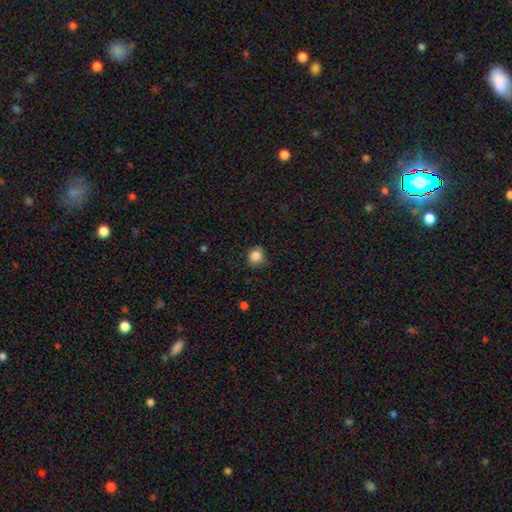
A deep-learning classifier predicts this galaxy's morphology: smooth_or_featured: smooth (p=0.84) [alt: star or artifact p=0.10]
how_rounded: round (p=0.70) [alt: in between p=0.29]
merging: none (p=0.71) [alt: minor disturbance p=0.23]